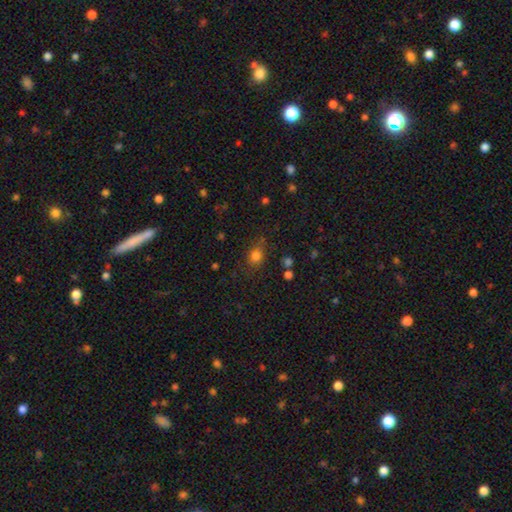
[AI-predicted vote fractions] Smooth or featured?
  - smooth: 78% *
  - star or artifact: 15%
  - featured or disk: 7%
How rounded?
  - round: 54% *
  - in between: 44%
  - cigar-shaped: 2%
Merging?
  - none: 70% *
  - minor disturbance: 19%
  - major disturbance: 7%
  - merger: 4%